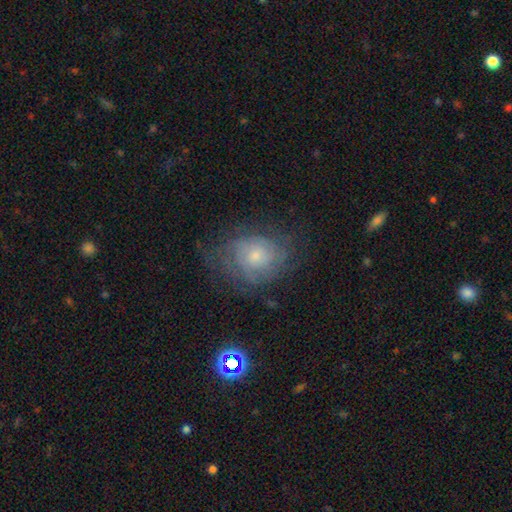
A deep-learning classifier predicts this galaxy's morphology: smooth_or_featured: featured or disk (p=0.56) [alt: smooth p=0.32]
disk_edge_on: no (p=0.97) [alt: yes p=0.03]
bar: no (p=0.80) [alt: weak p=0.17]
has_spiral_arms: yes (p=0.79) [alt: no p=0.21]
bulge_size: small (p=0.61) [alt: moderate p=0.31]
merging: none (p=0.63) [alt: minor disturbance p=0.21]